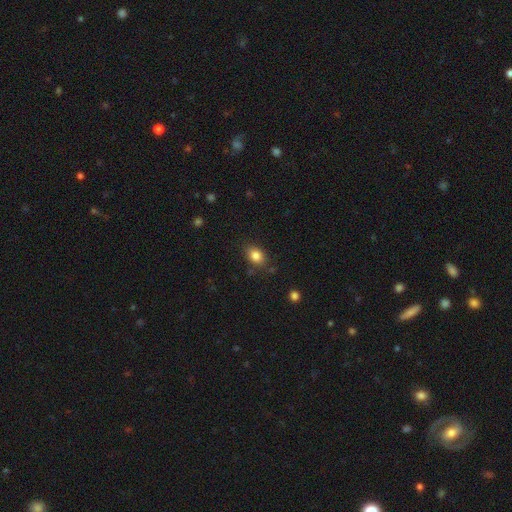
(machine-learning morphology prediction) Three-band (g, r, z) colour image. It shows a smooth galaxy with no disk features (84%) that is in between round and cigar-shaped (66%). Merging: none (80%).